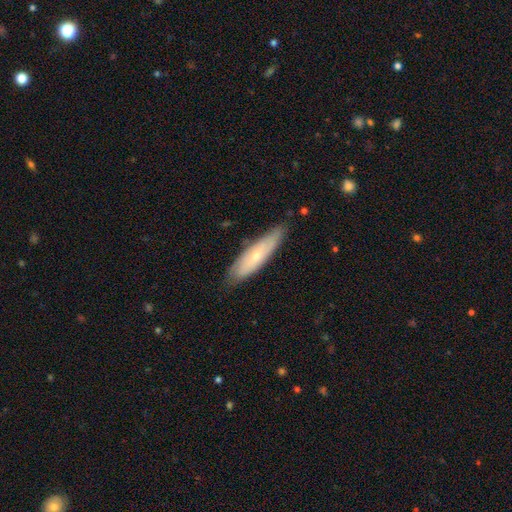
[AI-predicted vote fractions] smooth-or-featured: smooth: 52% | featured or disk: 42% | star or artifact: 6%
  how-rounded: cigar-shaped: 69% | in between: 29% | round: 2%
  merging: none: 80% | minor disturbance: 16% | major disturbance: 3% | merger: 1%